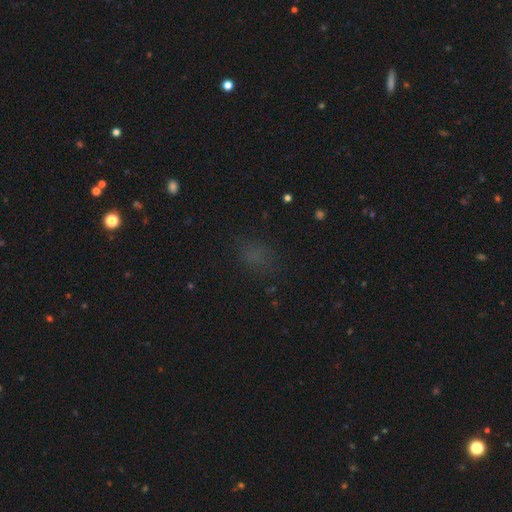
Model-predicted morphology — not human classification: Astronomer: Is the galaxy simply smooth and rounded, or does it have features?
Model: smooth — 62%.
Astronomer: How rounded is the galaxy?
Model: in between — 61% (runner-up: round, 36%).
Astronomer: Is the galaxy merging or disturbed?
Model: none — 75%.